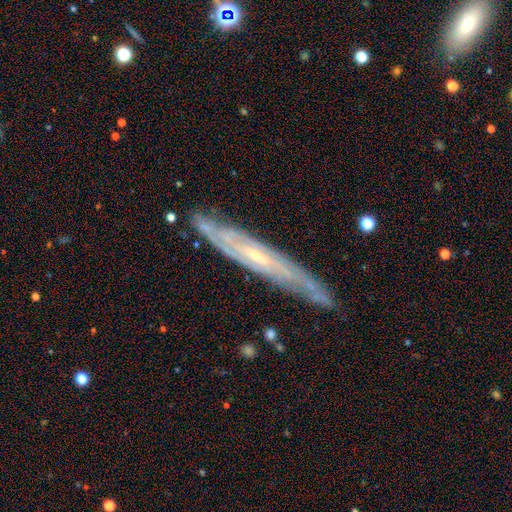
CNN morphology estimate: A featured or disk galaxy (78%) viewed edge-on (61%).

Vote fractions:
- Smooth or featured? featured or disk: 78% / smooth: 14% / star or artifact: 7%
- Edge-on disk? yes: 61% / no: 39%
- Merging? none: 81% / minor disturbance: 15% / major disturbance: 3% / merger: 2%